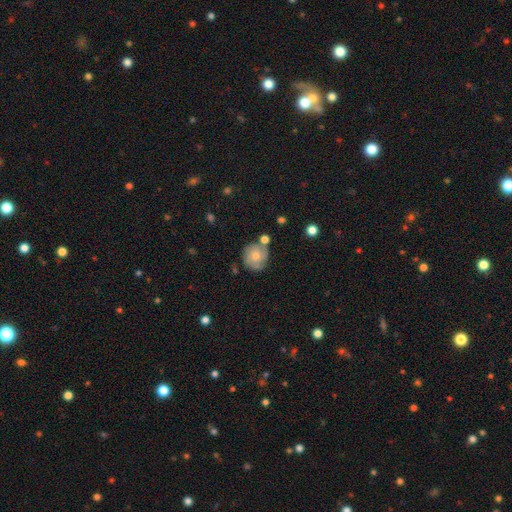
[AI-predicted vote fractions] featured or disk 49%, smooth 44%, star or artifact 8%. Down the decision tree: merging — none (65%).